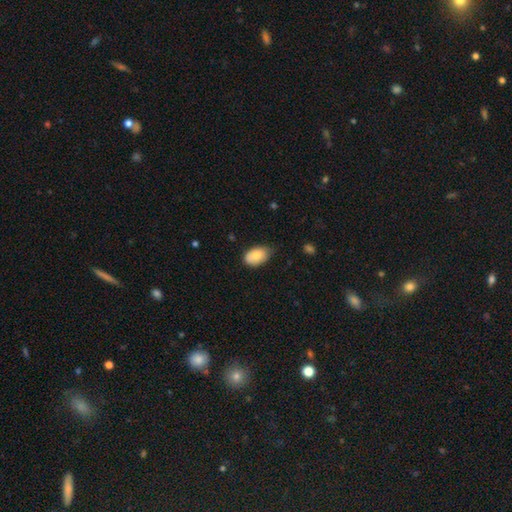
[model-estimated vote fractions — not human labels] This is clearly a smooth galaxy (81%). How rounded: clearly in between (91%). Merging: likely none (61%).